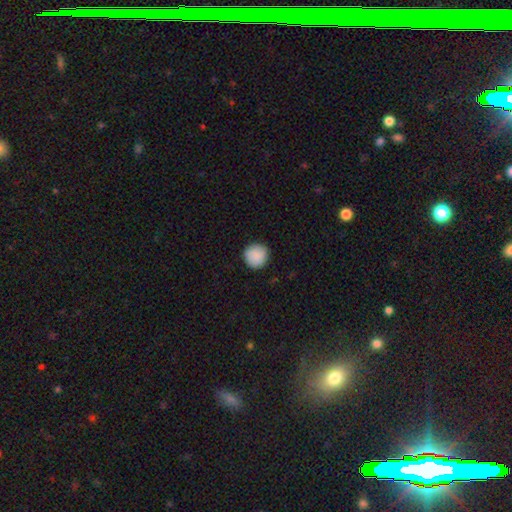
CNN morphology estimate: Smooth or featured? smooth (90%)
How rounded? round (95%)
Merging? none (91%)